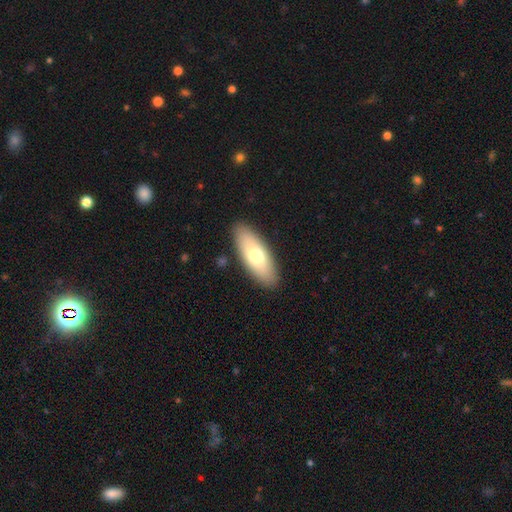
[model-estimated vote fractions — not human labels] Smooth or featured? Predicted: smooth (p=0.69). How rounded? Predicted: in between (p=0.74). Merging? Predicted: none (p=0.88).